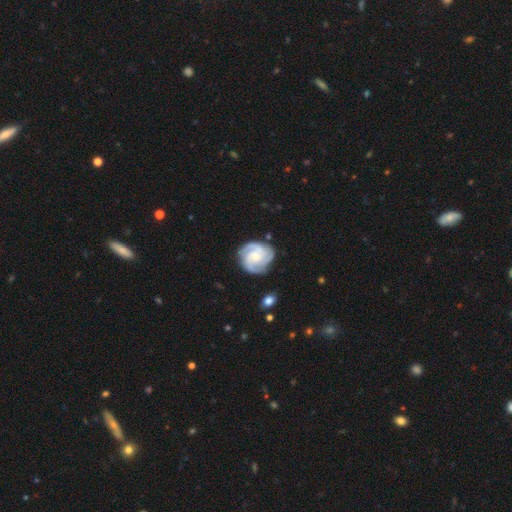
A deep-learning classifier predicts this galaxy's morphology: featured or disk 86%, smooth 10%, star or artifact 4%. Down the decision tree: edge-on disk — no (98%); bar — no (68%); spiral arms — yes (97%); spiral arm count — 3 (55%); spiral winding — tight (60%); bulge size — small (52%); merging — none (78%).